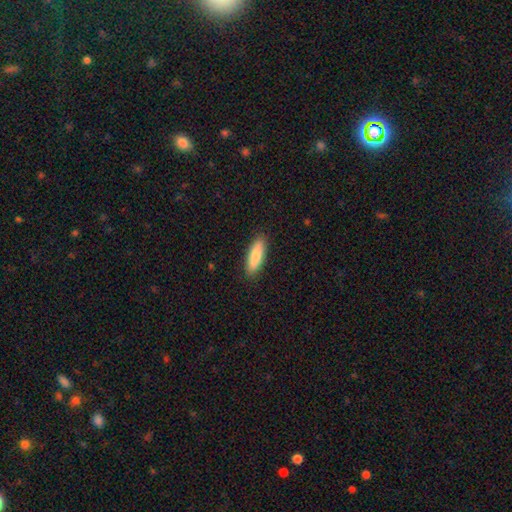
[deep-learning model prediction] A smooth galaxy with no disk features (83%) that is cigar-shaped (50%). Merging: none (90%).